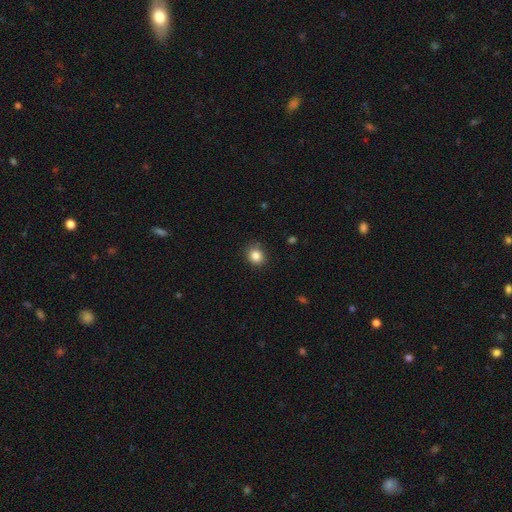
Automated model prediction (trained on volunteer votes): A smooth galaxy with no disk features (85%) that is round (77%). Merging: none (85%).